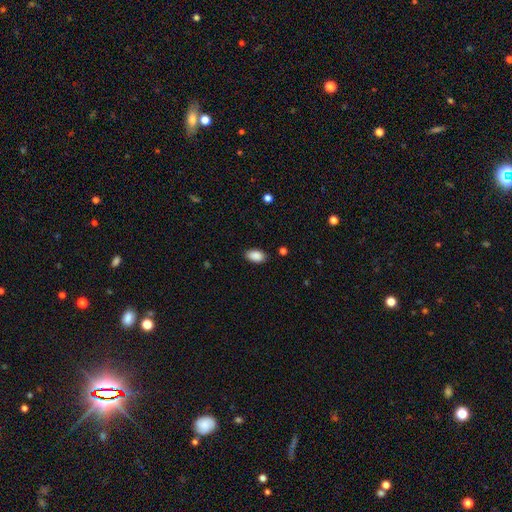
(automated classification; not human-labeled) This is clearly a smooth galaxy (89%). How rounded: clearly in between (92%). Merging: clearly none (85%).